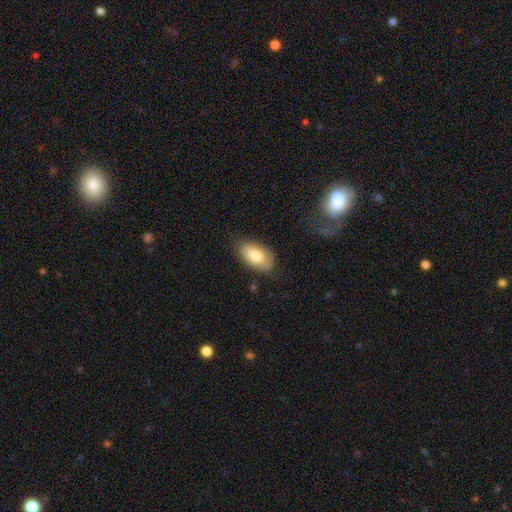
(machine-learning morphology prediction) A smooth galaxy with no disk features (78%) that is in between round and cigar-shaped (94%).

Vote fractions:
- Smooth or featured? smooth: 78% / featured or disk: 15% / star or artifact: 6%
- How rounded? in between: 94% / round: 4% / cigar-shaped: 2%
- Merging? none: 70% / minor disturbance: 22% / major disturbance: 6% / merger: 2%